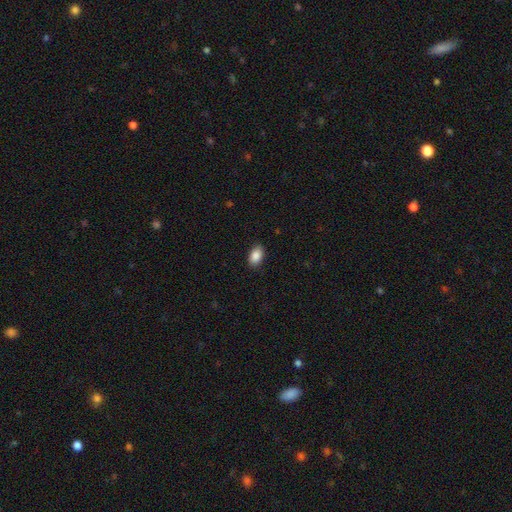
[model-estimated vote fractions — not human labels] Morphology: type=smooth (89%); roundness=in between (91%); merging=none (89%).